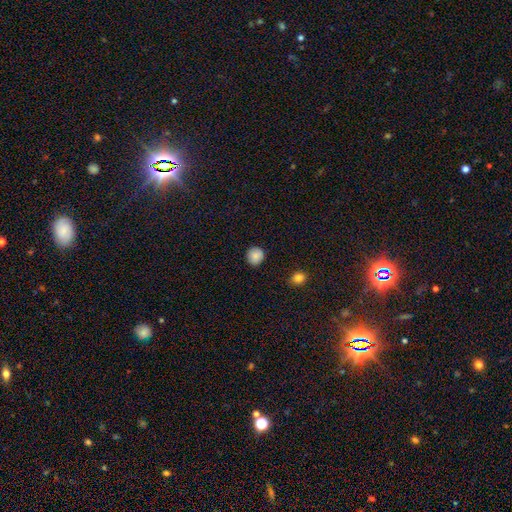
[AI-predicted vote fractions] A smooth galaxy with no disk features (87%) that is round (91%).

Vote fractions:
- Smooth or featured? smooth: 87% / star or artifact: 8% / featured or disk: 5%
- How rounded? round: 91% / in between: 8% / cigar-shaped: 1%
- Merging? none: 90% / minor disturbance: 7% / major disturbance: 2% / merger: 1%